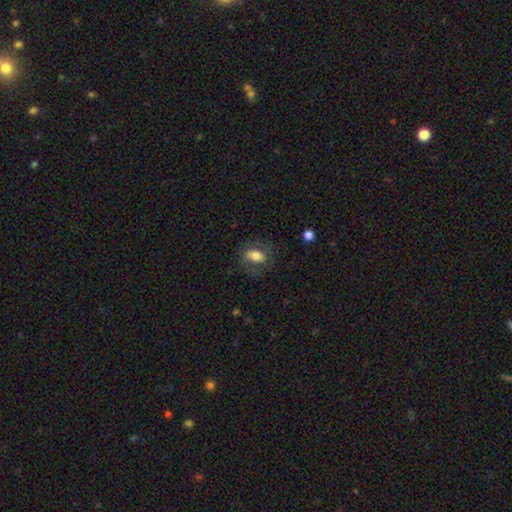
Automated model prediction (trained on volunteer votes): smooth 53%, featured or disk 38%, star or artifact 9%. Down the decision tree: how rounded — in between (73%); merging — none (71%).